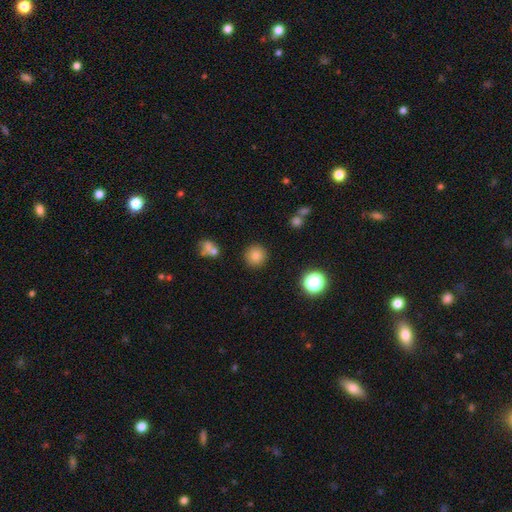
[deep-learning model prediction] Morphology: type=smooth (83%); roundness=round (94%); merging=none (88%).